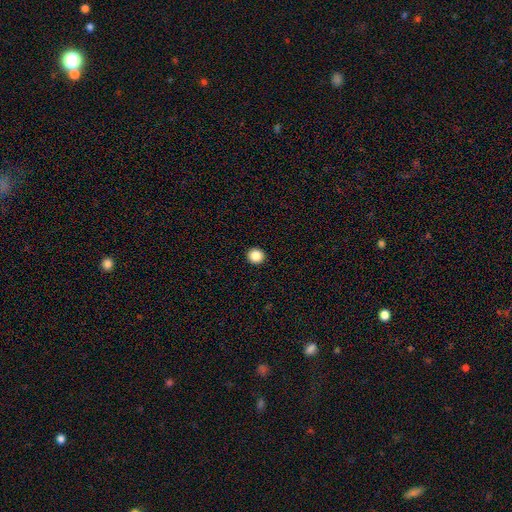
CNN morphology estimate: type=smooth (86%); roundness=round (92%); merging=none (94%).